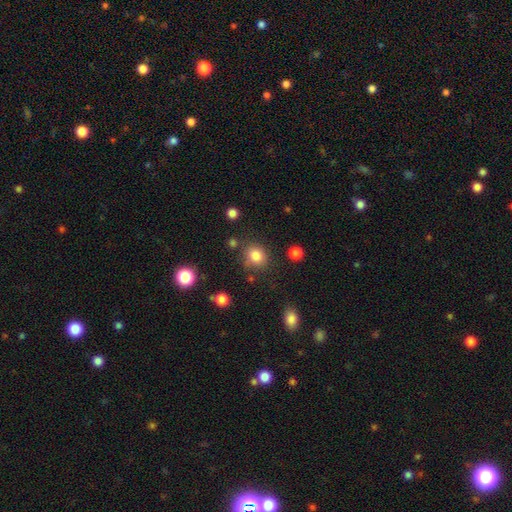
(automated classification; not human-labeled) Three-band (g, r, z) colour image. It shows a smooth galaxy with no disk features (83%) that is round (74%). Merging: none (78%).